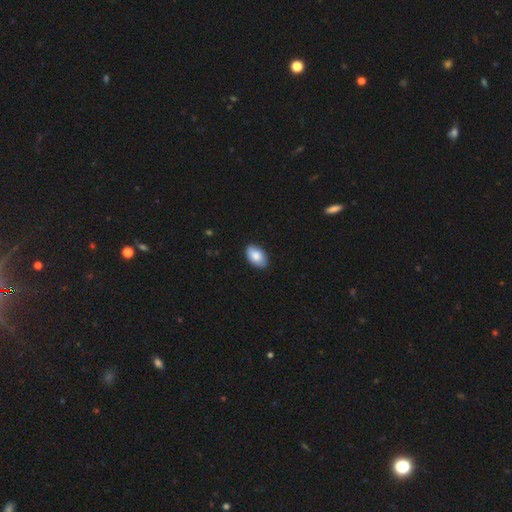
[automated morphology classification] This appears to be a smooth galaxy with no disk features (85%) that is in between round and cigar-shaped (93%). Merging: none (85%).